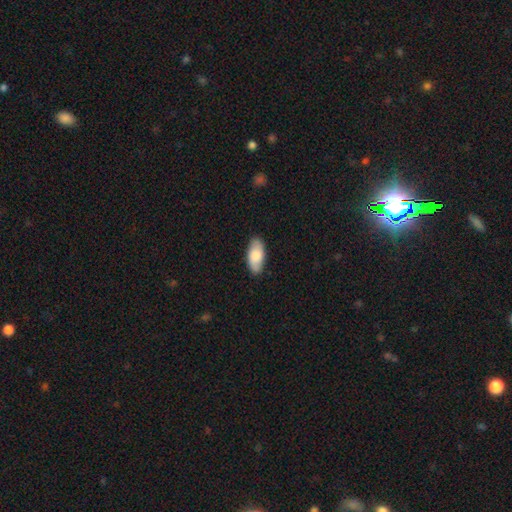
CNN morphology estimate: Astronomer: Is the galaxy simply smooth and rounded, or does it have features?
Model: smooth — 77%.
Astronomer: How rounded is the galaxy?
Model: in between — 92%.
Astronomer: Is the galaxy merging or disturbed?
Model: none — 86%.